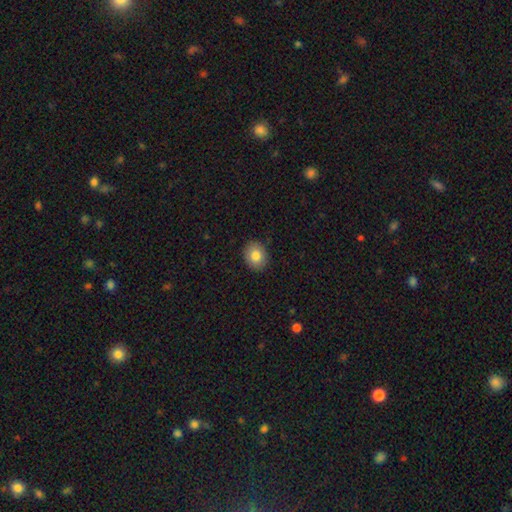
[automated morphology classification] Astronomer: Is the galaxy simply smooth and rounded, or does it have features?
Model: smooth — 82%.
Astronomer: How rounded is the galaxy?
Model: round — 59% (runner-up: in between, 41%).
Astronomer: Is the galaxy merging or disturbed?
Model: none — 89%.